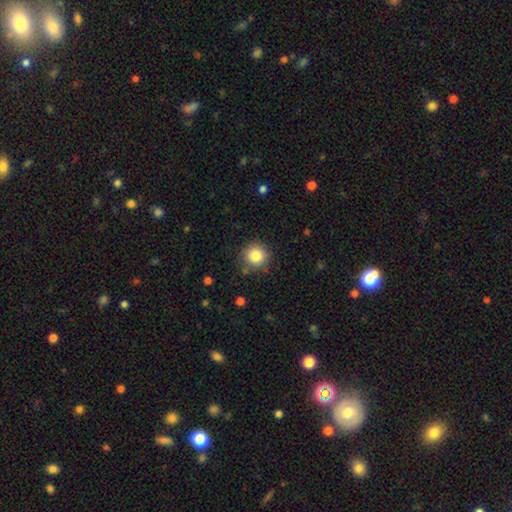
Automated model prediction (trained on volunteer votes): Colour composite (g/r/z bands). It shows a smooth galaxy with no disk features (83%) that is round (94%). Merging: none (87%).